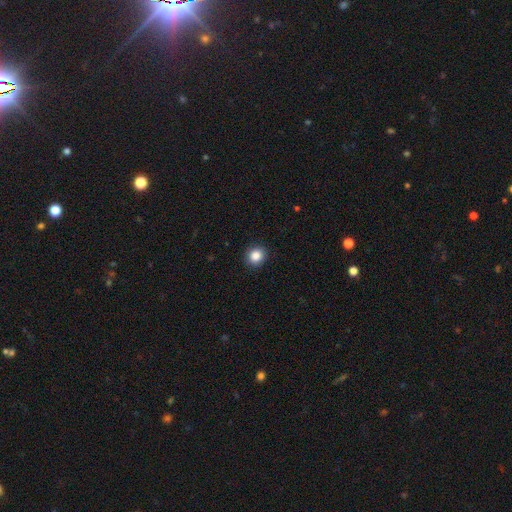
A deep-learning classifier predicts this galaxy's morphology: A smooth galaxy with no disk features (85%) that is round (83%). Merging: none (91%).